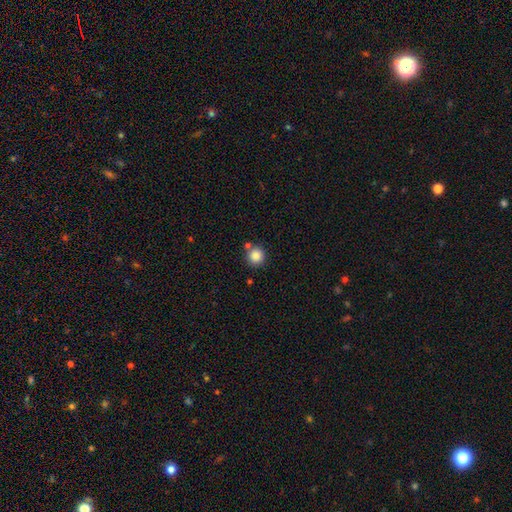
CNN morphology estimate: This is clearly a smooth galaxy (86%). How rounded: clearly round (94%). Merging: likely none (78%).